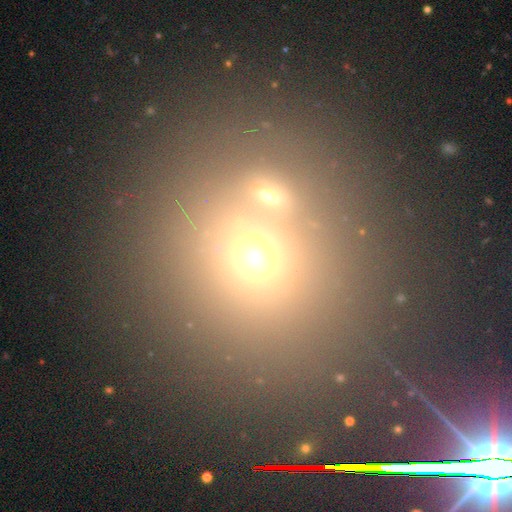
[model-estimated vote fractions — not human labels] This appears to be a smooth galaxy with no disk features (61%) that is round (81%). Merging: none (56%).